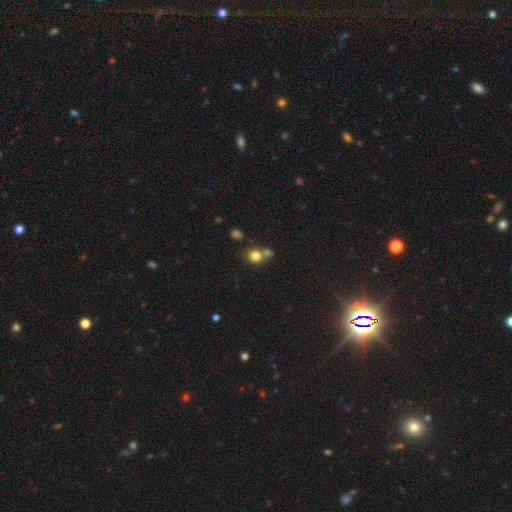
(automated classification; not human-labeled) Overall: smooth (79%). How rounded: round (82%). Merging: none (51%; merger 35%).